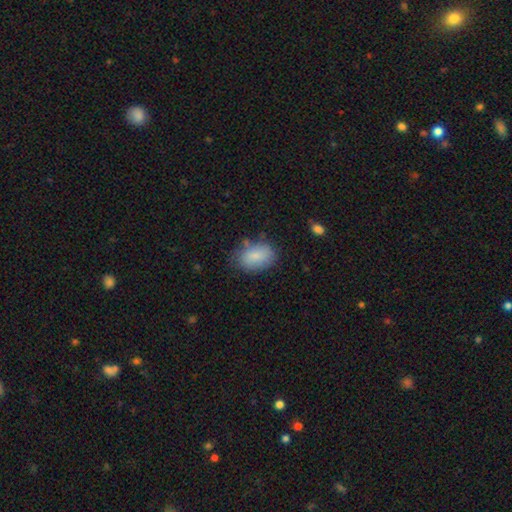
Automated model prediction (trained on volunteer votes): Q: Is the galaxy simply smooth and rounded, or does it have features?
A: smooth — 84%.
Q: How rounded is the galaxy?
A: in between — 85%.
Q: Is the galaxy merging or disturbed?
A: none — 70%.